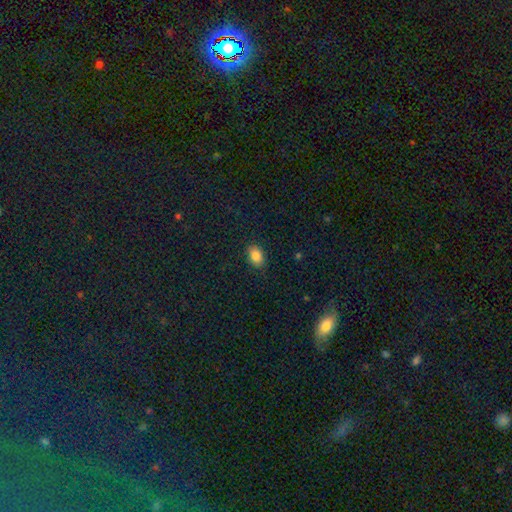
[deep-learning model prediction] This is clearly a smooth galaxy (86%). How rounded: clearly in between (82%). Merging: clearly none (87%).